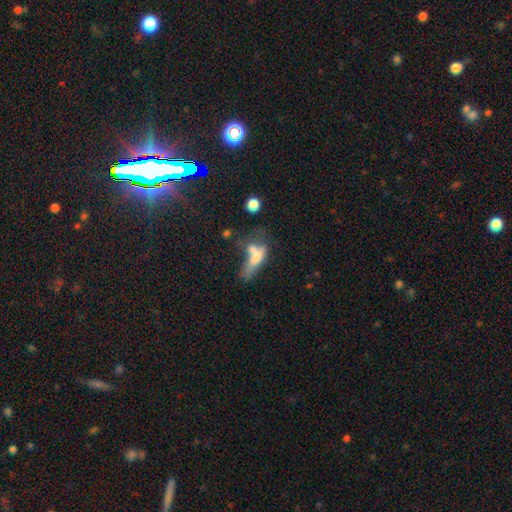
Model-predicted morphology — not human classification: smooth 56%, featured or disk 34%, star or artifact 11%. Down the decision tree: how rounded — in between (58%); merging — merger (36%).